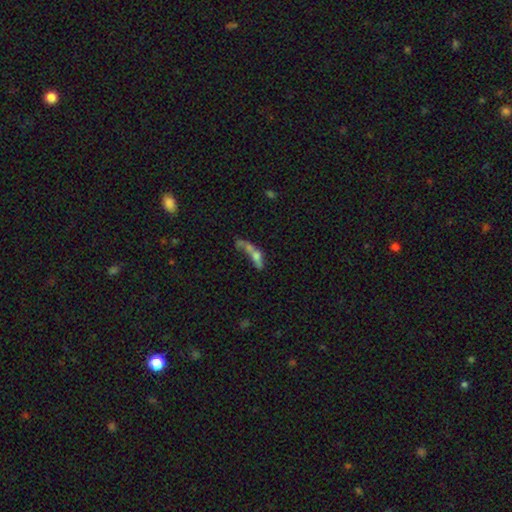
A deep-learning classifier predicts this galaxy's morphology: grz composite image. It shows a smooth galaxy with no disk features (44%). Merging: merger (40%).